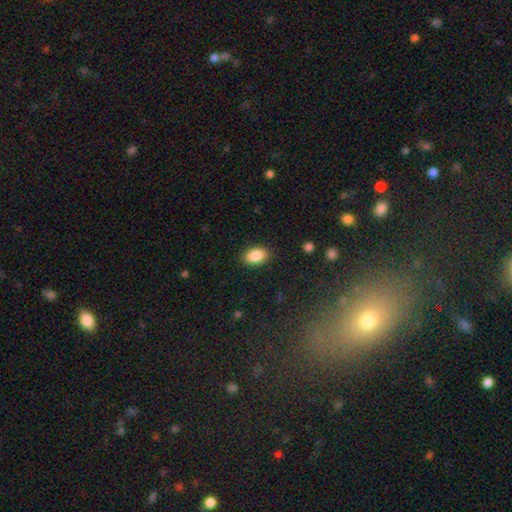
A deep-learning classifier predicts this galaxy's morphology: Smooth or featured? smooth (88%)
How rounded? in between (89%)
Merging? none (88%)